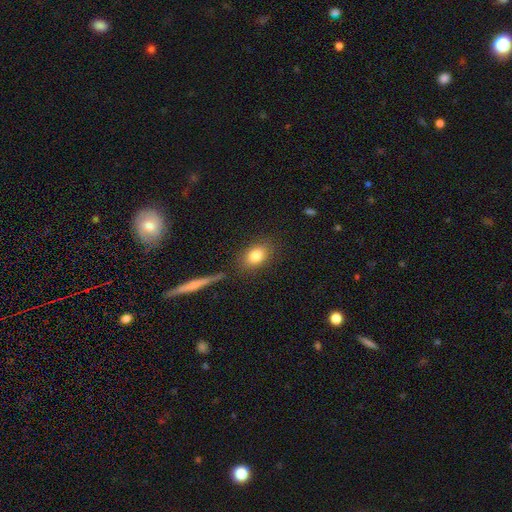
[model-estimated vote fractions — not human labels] A smooth galaxy with no disk features (81%) that is in between round and cigar-shaped (70%). Merging: none (81%).